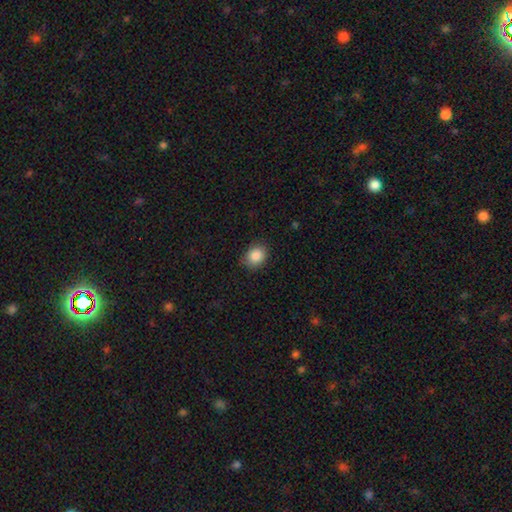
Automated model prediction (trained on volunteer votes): Morphology: type=smooth (87%); roundness=round (55%); merging=none (81%).